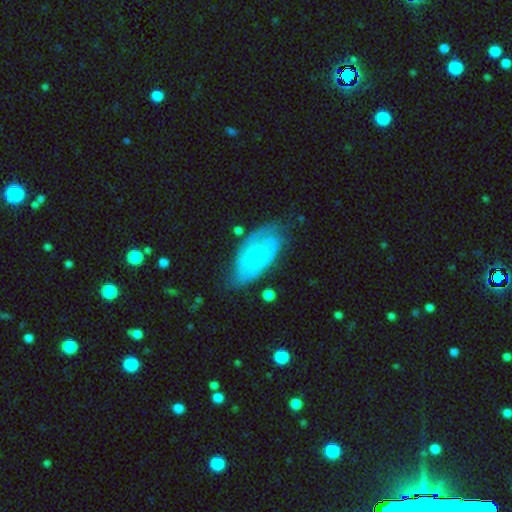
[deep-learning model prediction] This appears to be a featured or disk galaxy (61%) with no bar (46%), spiral arms (81%) and a small central bulge (61%). Merging: none (61%).